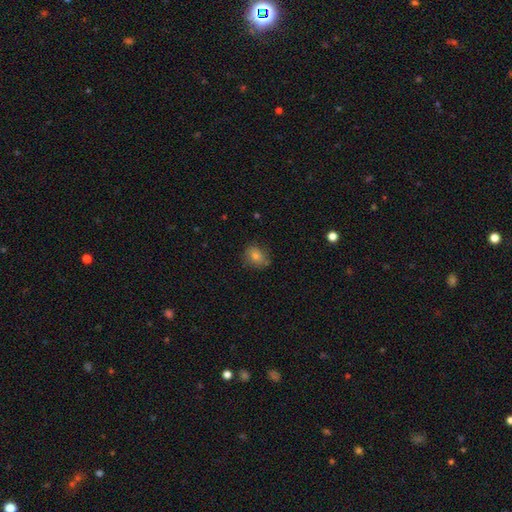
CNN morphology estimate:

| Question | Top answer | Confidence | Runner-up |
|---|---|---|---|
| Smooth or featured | smooth | 72% | featured or disk (14%) |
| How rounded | round | 55% | in between (44%) |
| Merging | none | 73% | minor disturbance (21%) |